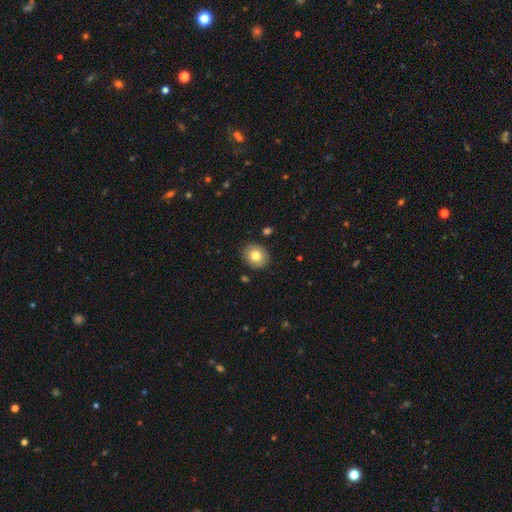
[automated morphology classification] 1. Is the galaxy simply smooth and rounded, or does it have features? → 78% smooth, 13% featured or disk, 9% star or artifact.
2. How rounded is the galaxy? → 75% round, 24% in between, 1% cigar-shaped.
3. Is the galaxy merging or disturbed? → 89% none, 7% minor disturbance, 2% major disturbance, 2% merger.